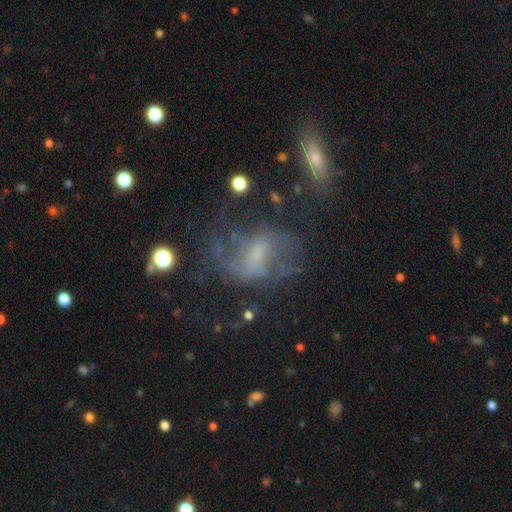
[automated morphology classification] This appears to be a featured or disk galaxy (59%) with no bar (50%), spiral arms (59%) and a small central bulge (37%). Merging: none (45%).